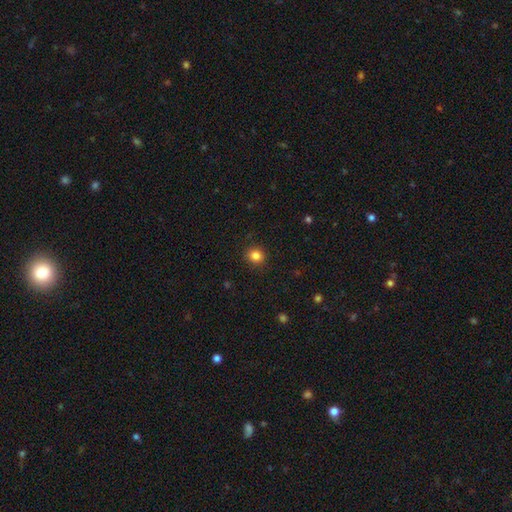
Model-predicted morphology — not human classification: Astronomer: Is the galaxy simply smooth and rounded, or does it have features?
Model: smooth — 84%.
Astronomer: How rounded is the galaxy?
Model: round — 81%.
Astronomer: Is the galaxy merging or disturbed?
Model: none — 90%.